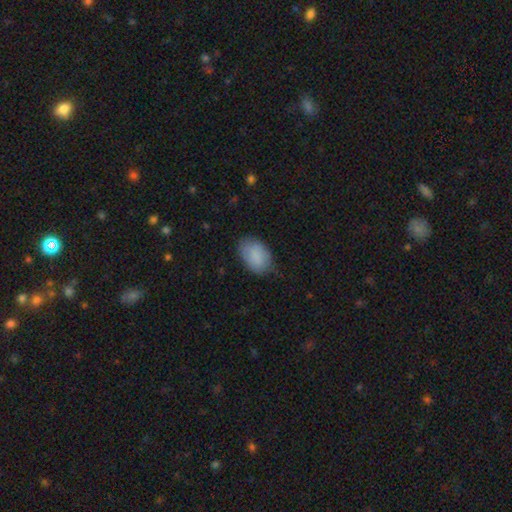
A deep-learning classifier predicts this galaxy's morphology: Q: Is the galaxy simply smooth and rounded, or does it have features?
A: smooth — 87%.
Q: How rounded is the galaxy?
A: in between — 89%.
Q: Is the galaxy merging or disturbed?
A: none — 70%.